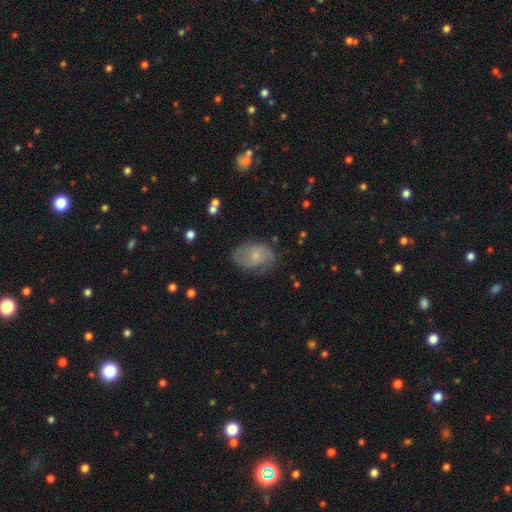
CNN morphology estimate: type=featured or disk (50%); merging=none (63%).